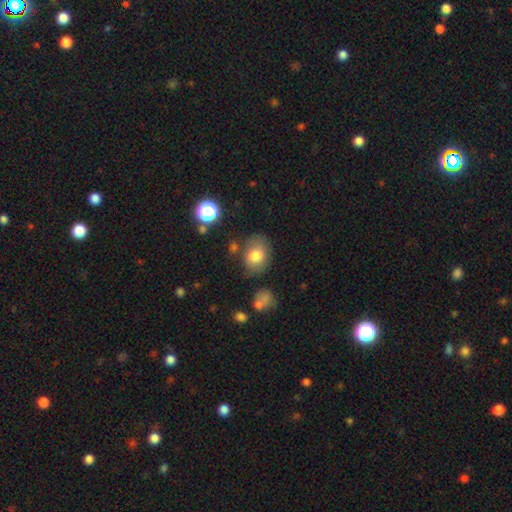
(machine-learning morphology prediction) smooth-or-featured: smooth: 78% | featured or disk: 12% | star or artifact: 10%
  how-rounded: in between: 53% | round: 46% | cigar-shaped: 1%
  merging: none: 67% | minor disturbance: 20% | major disturbance: 7% | merger: 6%